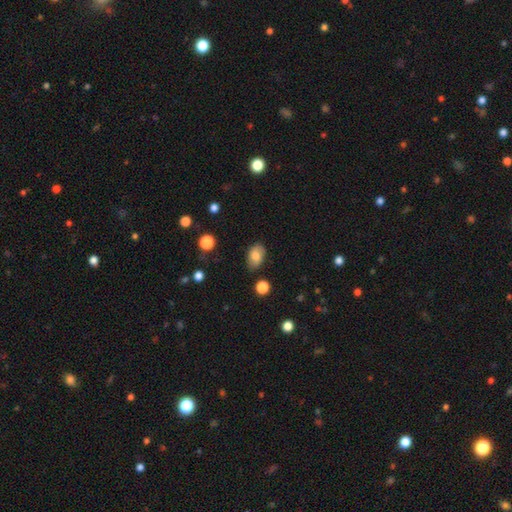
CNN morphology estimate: A smooth galaxy with no disk features (80%) that is in between round and cigar-shaped (86%). Merging: none (79%).